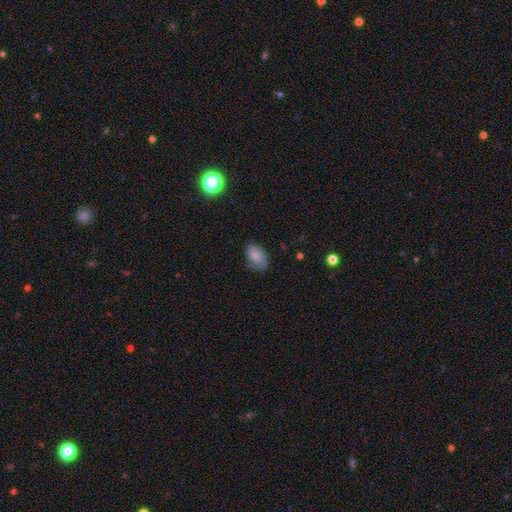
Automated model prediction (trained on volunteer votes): smooth 72%, featured or disk 19%, star or artifact 9%. Down the decision tree: how rounded — in between (88%); merging — none (65%).